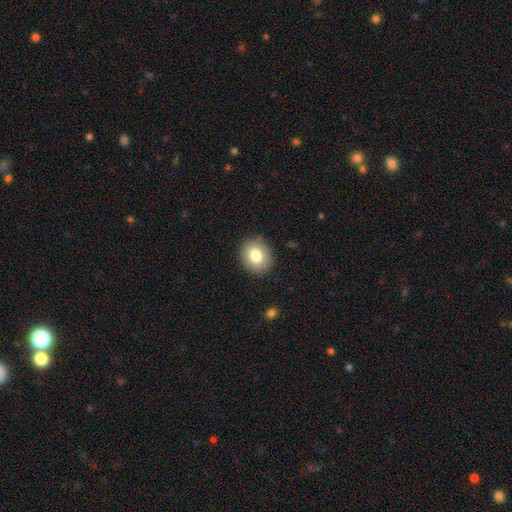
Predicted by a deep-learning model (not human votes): This appears to be a smooth galaxy with no disk features (80%) that is round (70%). Merging: none (88%).